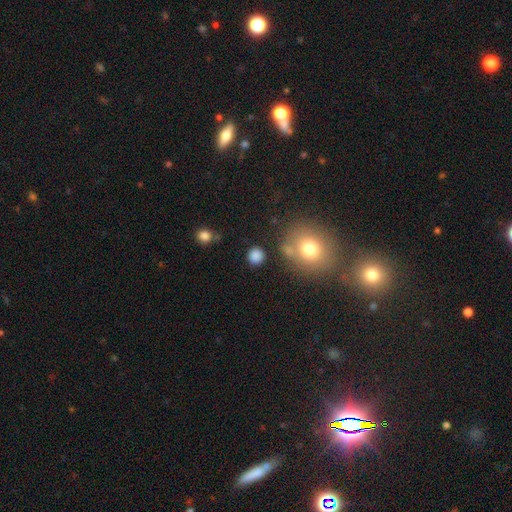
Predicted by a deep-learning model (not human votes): Morphology: type=smooth (83%); roundness=round (89%); merging=none (83%).